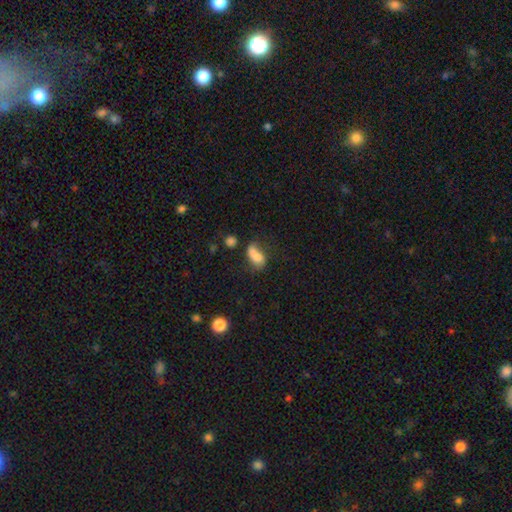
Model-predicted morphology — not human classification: Overall: smooth (67%). How rounded: in between (80%). Merging: merger (38%; none 28%).